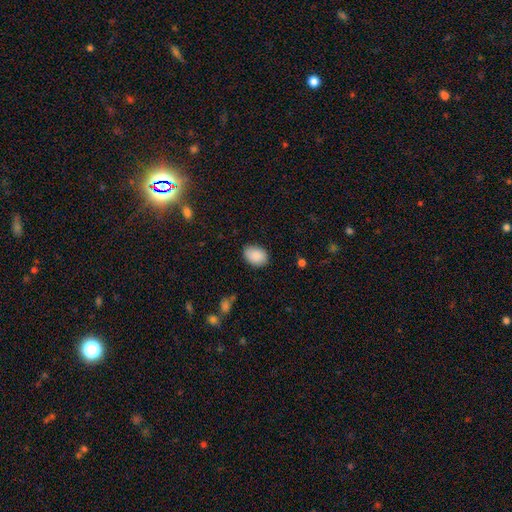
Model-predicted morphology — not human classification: Smooth or featured?
  - smooth: 89% *
  - star or artifact: 7%
  - featured or disk: 4%
How rounded?
  - in between: 77% *
  - round: 22%
  - cigar-shaped: 1%
Merging?
  - none: 82% *
  - minor disturbance: 14%
  - major disturbance: 3%
  - merger: 1%